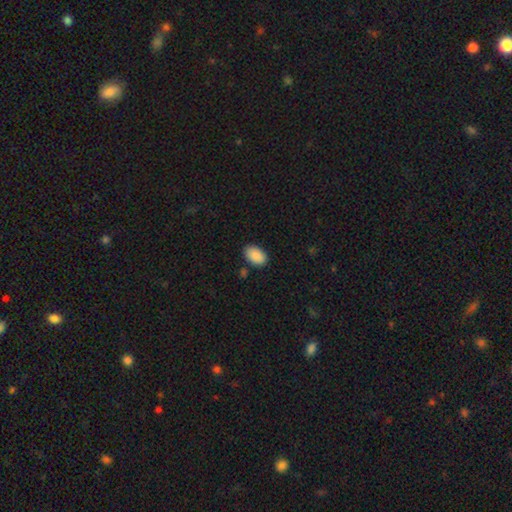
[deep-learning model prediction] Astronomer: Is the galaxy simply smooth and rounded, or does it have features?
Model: smooth — 90%.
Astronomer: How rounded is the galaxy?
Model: in between — 92%.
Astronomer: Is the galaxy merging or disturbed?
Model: none — 85%.